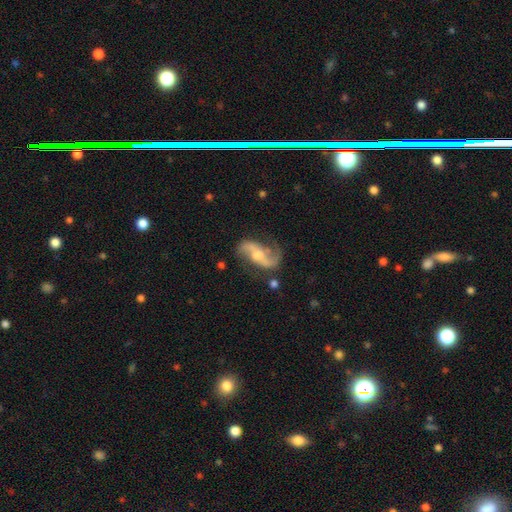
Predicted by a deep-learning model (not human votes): The model was most divided on "bar": weak: 40%, no: 39%, strong: 21%. More confident: edge-on disk — no (96%); spiral arms — yes (95%); spiral arm count — 2 (90%); smooth or featured — featured or disk (86%); merging — none (66%); spiral winding — loose (65%); bulge size — moderate (58%).